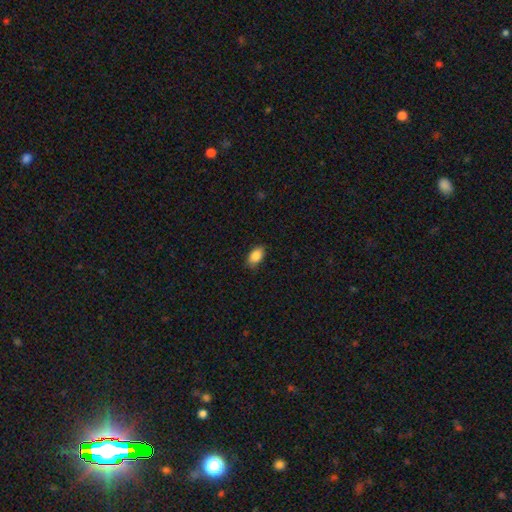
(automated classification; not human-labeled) Smooth or featured? smooth (88%)
How rounded? in between (91%)
Merging? none (85%)